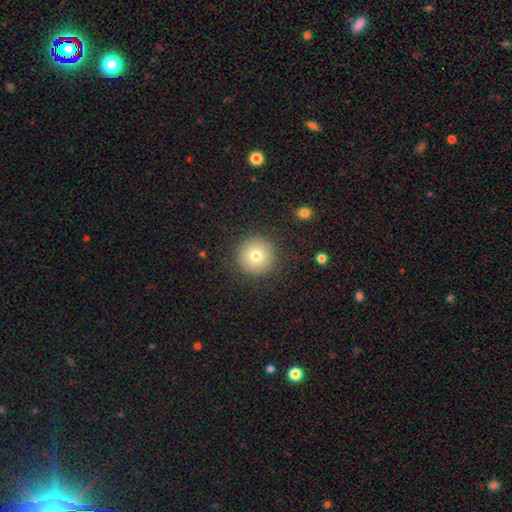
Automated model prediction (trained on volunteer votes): smooth-or-featured: smooth: 76% | featured or disk: 12% | star or artifact: 12%
  how-rounded: round: 96% | in between: 3% | cigar-shaped: 1%
  merging: none: 90% | minor disturbance: 6% | major disturbance: 3% | merger: 1%